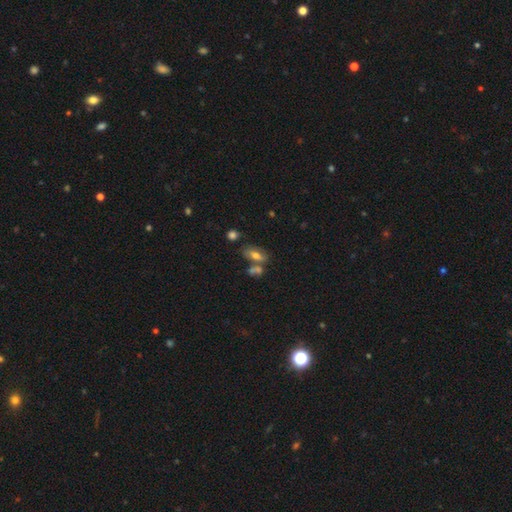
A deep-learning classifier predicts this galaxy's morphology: Q: Smooth or featured?
A: smooth (66%); runner-up: featured or disk (23%)
Q: How rounded?
A: in between (81%); runner-up: cigar-shaped (13%)
Q: Merging?
A: none (49%); runner-up: merger (28%)